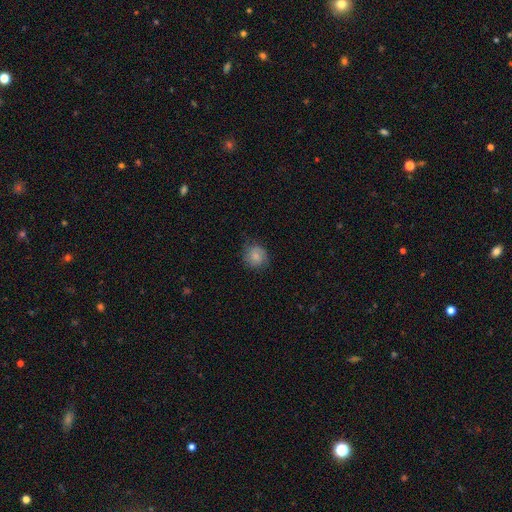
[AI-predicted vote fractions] A smooth galaxy with no disk features (74%) that is round (84%). Merging: none (70%).